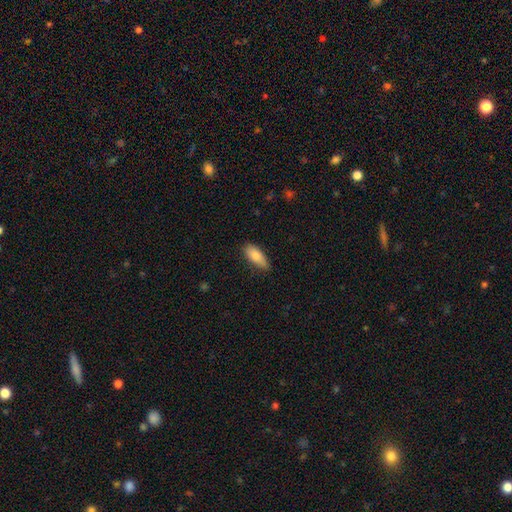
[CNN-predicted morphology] smooth_or_featured: smooth (p=0.83) [alt: featured or disk p=0.10]
how_rounded: in between (p=0.77) [alt: cigar-shaped p=0.21]
merging: none (p=0.75) [alt: minor disturbance p=0.21]